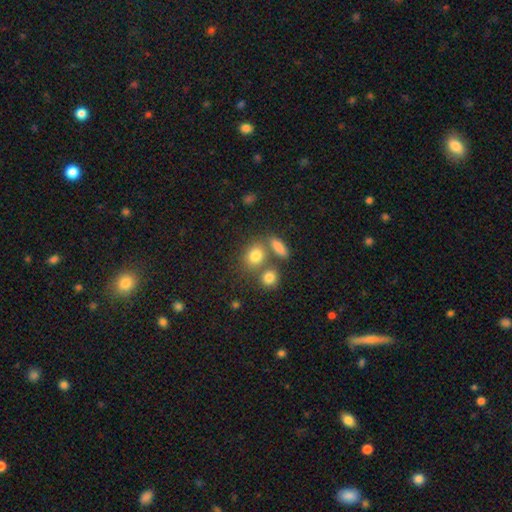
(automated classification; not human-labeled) Q: Smooth or featured?
A: smooth (79%); runner-up: star or artifact (11%)
Q: How rounded?
A: round (53%); runner-up: in between (45%)
Q: Merging?
A: none (57%); runner-up: merger (27%)